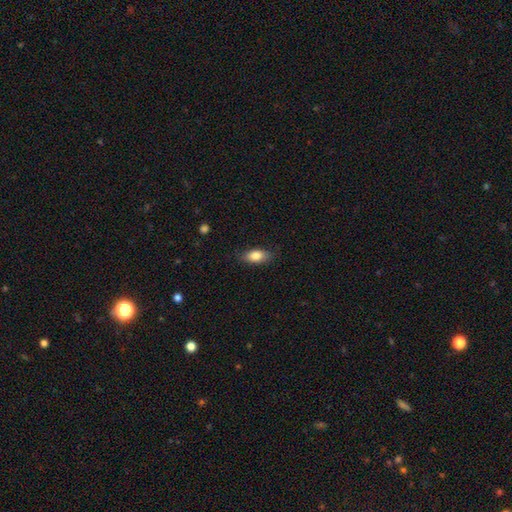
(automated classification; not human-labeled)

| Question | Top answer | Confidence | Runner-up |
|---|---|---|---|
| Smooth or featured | smooth | 82% | featured or disk (11%) |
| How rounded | in between | 85% | cigar-shaped (11%) |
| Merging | none | 83% | minor disturbance (13%) |